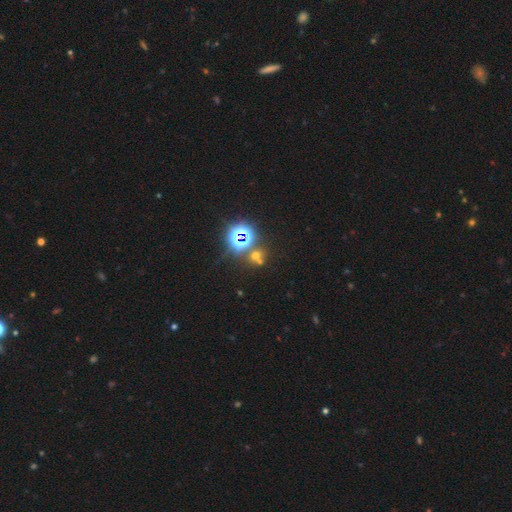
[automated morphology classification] smooth_or_featured: star or artifact (p=0.56) [alt: smooth p=0.33]